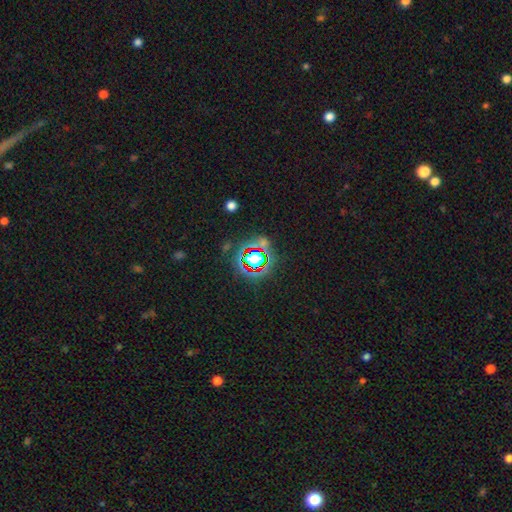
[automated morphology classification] Smooth or featured? Predicted: star or artifact (p=0.74).